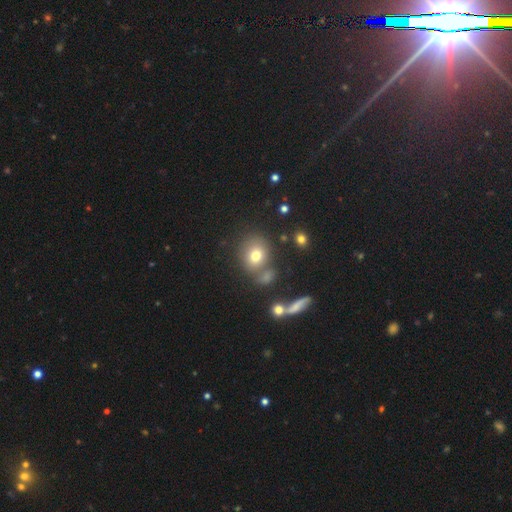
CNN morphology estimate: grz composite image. It shows a smooth galaxy with no disk features (72%) that is round (72%). Merging: none (66%).